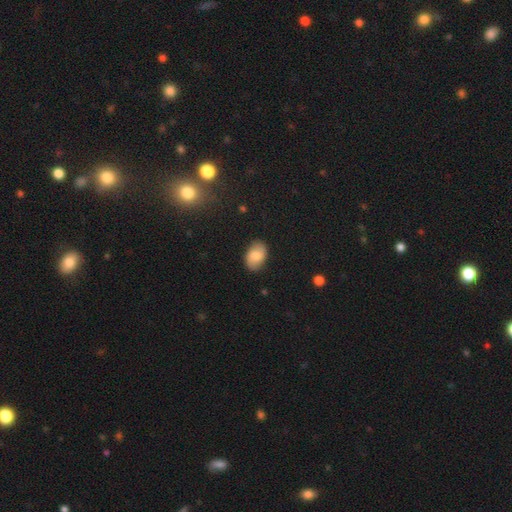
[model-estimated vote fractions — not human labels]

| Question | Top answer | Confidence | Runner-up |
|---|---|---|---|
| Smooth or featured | smooth | 72% | featured or disk (20%) |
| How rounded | in between | 88% | round (11%) |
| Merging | none | 85% | minor disturbance (12%) |